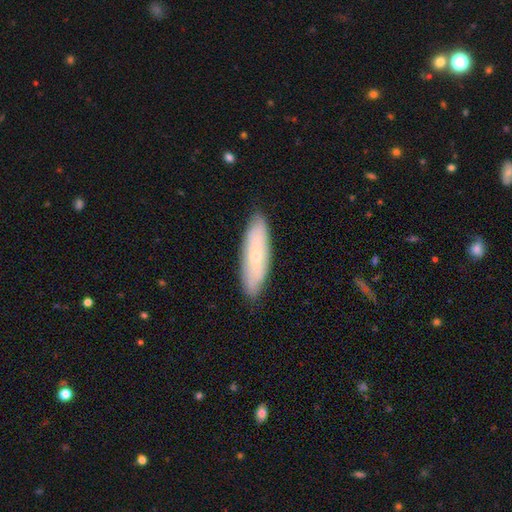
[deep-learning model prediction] Smooth or featured?
  - smooth: 57% *
  - featured or disk: 36%
  - star or artifact: 7%
How rounded?
  - cigar-shaped: 57% *
  - in between: 41%
  - round: 2%
Merging?
  - none: 85% *
  - minor disturbance: 12%
  - major disturbance: 2%
  - merger: 1%